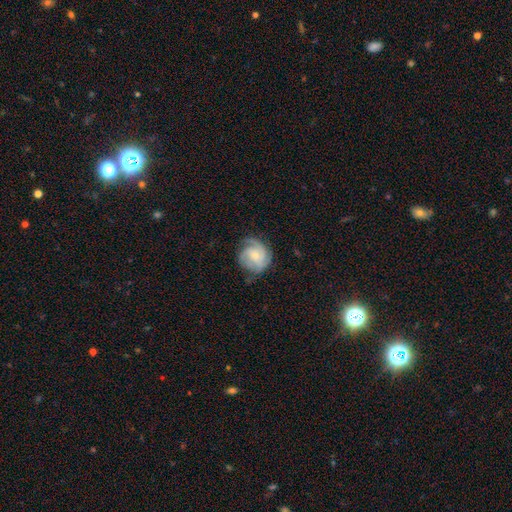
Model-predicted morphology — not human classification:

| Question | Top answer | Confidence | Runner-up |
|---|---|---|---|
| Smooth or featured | featured or disk | 76% | smooth (18%) |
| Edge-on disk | no | 98% | yes (2%) |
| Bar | no | 69% | weak (27%) |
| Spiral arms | yes | 95% | no (5%) |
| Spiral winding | tight | 50% | medium (38%) |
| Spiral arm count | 3 | 41% | 2 (20%) |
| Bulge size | small | 63% | moderate (32%) |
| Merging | none | 65% | minor disturbance (23%) |